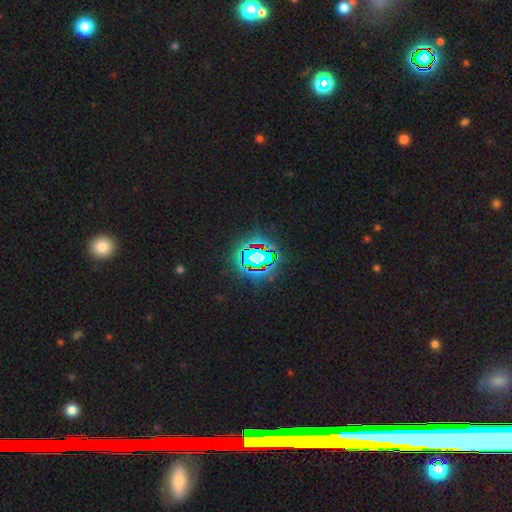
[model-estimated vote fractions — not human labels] smooth_or_featured: star or artifact (p=0.81) [alt: smooth p=0.11]